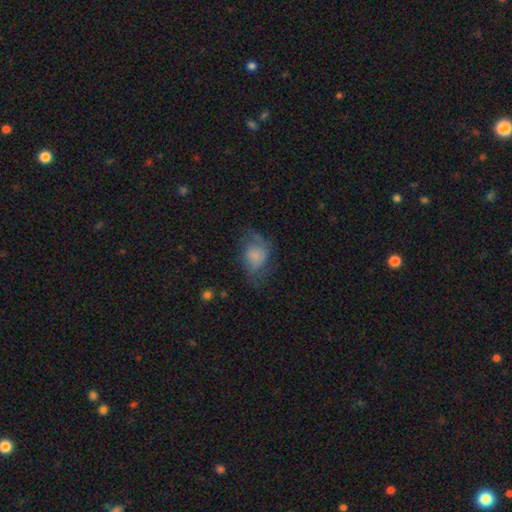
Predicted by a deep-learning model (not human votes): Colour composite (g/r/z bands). It shows a smooth galaxy with no disk features (49%). Merging: none (47%).